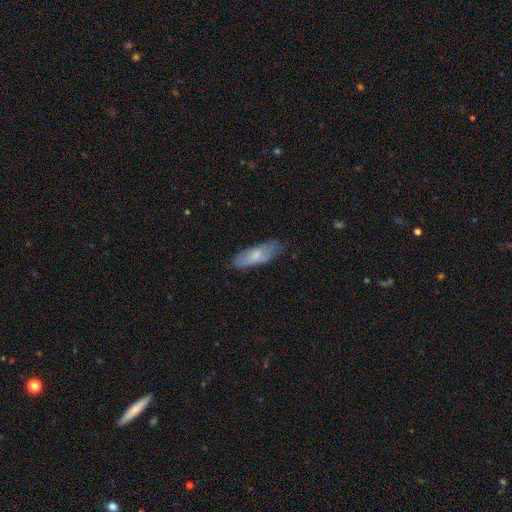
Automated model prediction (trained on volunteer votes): Smooth or featured? Predicted: smooth (p=0.69). How rounded? Predicted: in between (p=0.59). Merging? Predicted: none (p=0.66).